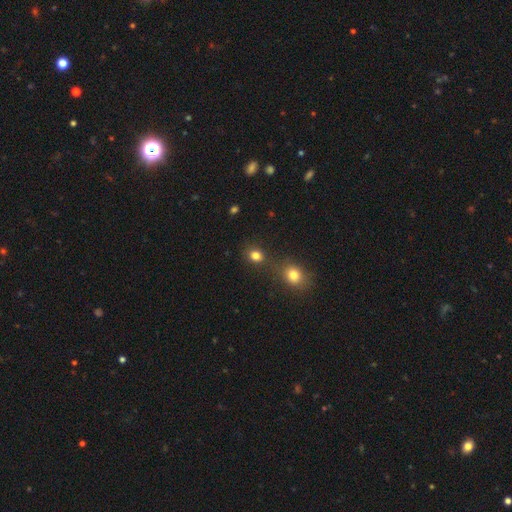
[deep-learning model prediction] This is clearly a smooth galaxy (81%). How rounded: likely round (72%). Merging: likely none (67%).